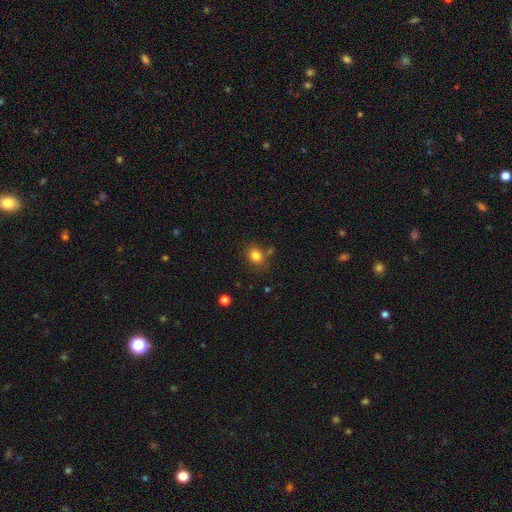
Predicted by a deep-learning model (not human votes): Smooth or featured? Predicted: smooth (p=0.82). How rounded? Predicted: round (p=0.57). Merging? Predicted: none (p=0.74).